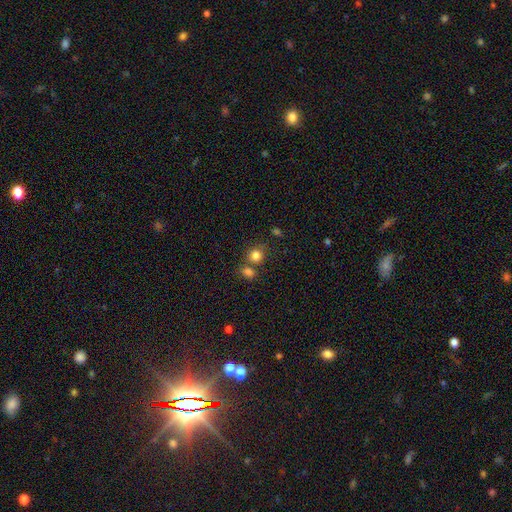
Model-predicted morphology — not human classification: Smooth or featured: smooth — 81% (star or artifact — 13%)
How rounded: round — 78% (in between — 21%)
Merging: none — 59% (merger — 27%)